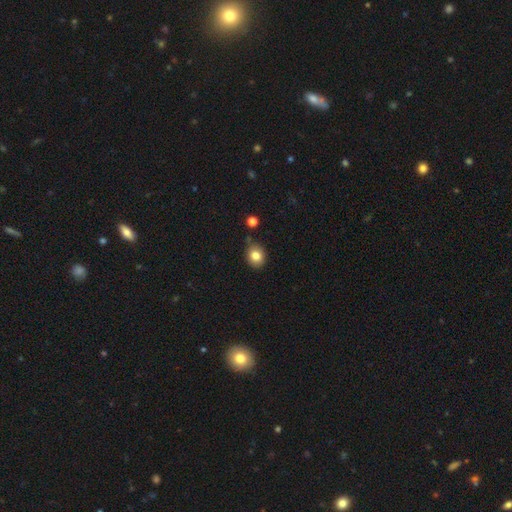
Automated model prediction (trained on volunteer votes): Smooth or featured? smooth (81%)
How rounded? round (66%)
Merging? none (77%)